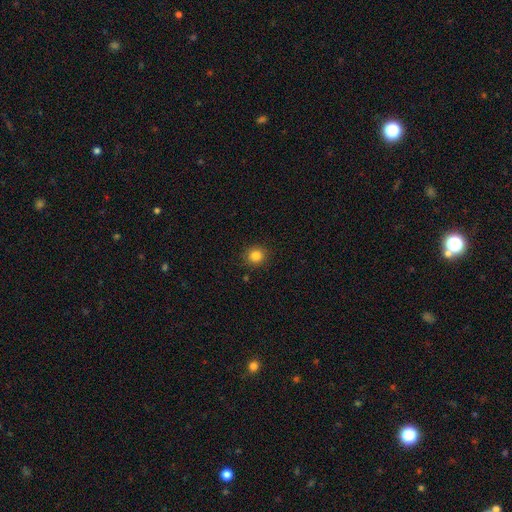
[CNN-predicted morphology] smooth_or_featured: smooth (p=0.84) [alt: star or artifact p=0.11]
how_rounded: round (p=0.87) [alt: in between p=0.12]
merging: none (p=0.90) [alt: minor disturbance p=0.07]